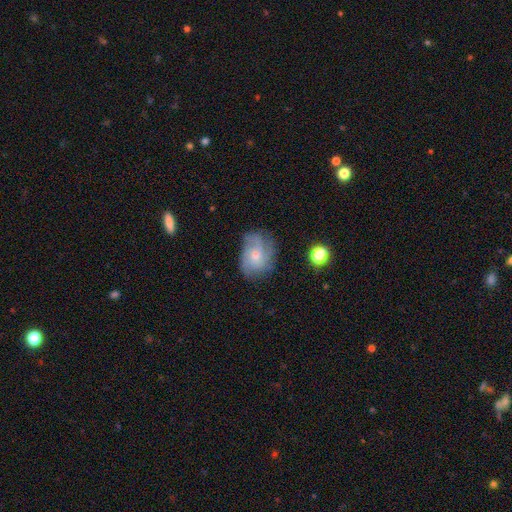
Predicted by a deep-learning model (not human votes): The model was most divided on "spiral arm count": 3: 31%, can't tell: 30%, 4: 15%, 2: 13%, 1: 5%, more than 4: 5%. Remaining: edge-on disk — no (97%); spiral arms — yes (87%); bar — no (78%); merging — none (65%); smooth or featured — featured or disk (63%); bulge size — small (51%); spiral winding — medium (42%).